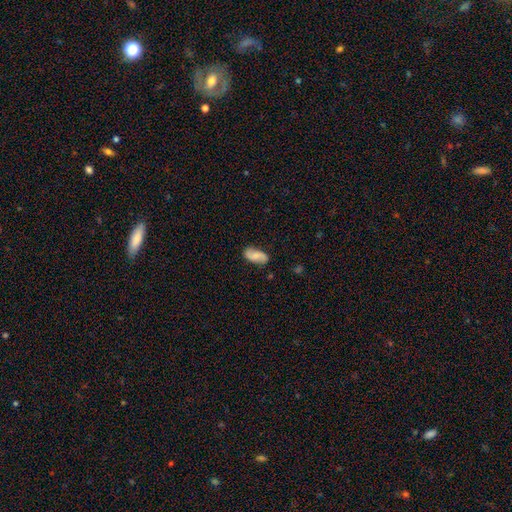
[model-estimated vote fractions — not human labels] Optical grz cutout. It shows a smooth galaxy with no disk features (56%) that is in between round and cigar-shaped (91%). Merging: none (80%).